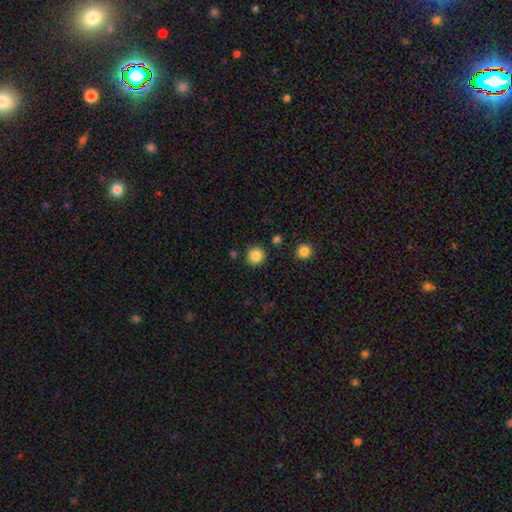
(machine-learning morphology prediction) type=smooth (86%); roundness=round (93%); merging=none (88%).